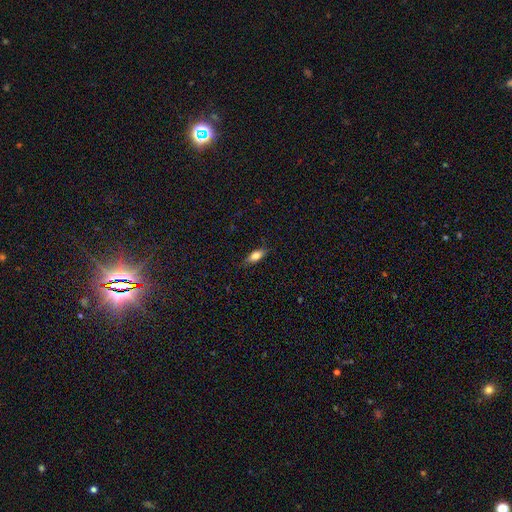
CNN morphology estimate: Overall: smooth (75%). How rounded: in between (73%). Merging: none (84%).